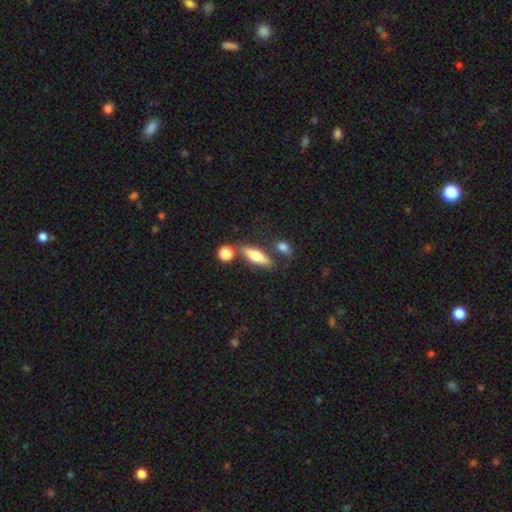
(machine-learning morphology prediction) Overall: smooth (63%; featured or disk 29%). How rounded: cigar-shaped (52%; in between 44%). Merging: none (68%).